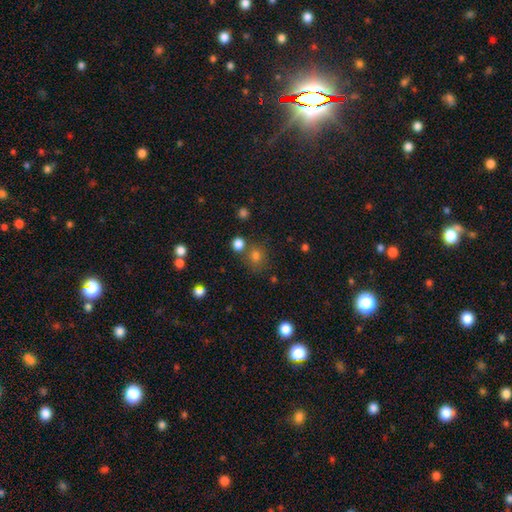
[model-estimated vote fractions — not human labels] Smooth or featured? Predicted: smooth (p=0.73). How rounded? Predicted: round (p=0.81). Merging? Predicted: none (p=0.71).